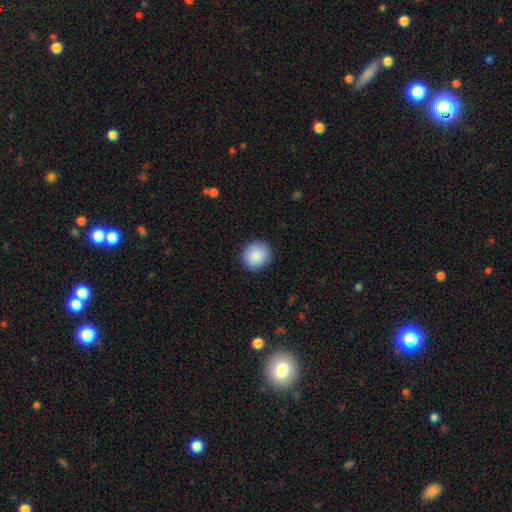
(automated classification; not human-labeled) Smooth or featured? smooth (88%)
How rounded? round (88%)
Merging? none (90%)